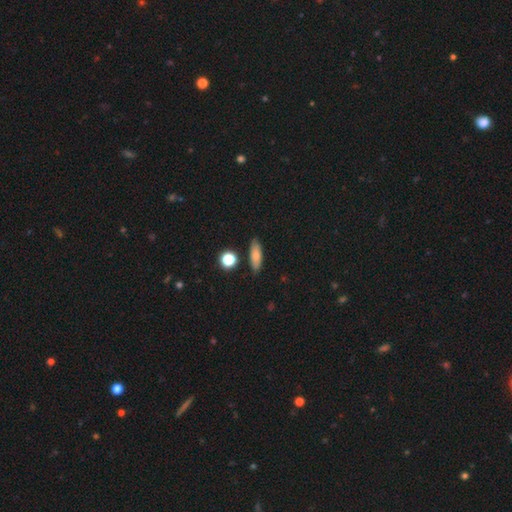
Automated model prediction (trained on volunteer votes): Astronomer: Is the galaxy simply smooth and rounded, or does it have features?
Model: smooth — 78%.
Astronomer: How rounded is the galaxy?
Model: in between — 52% (runner-up: cigar-shaped, 41%).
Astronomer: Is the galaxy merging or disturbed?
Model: none — 83%.